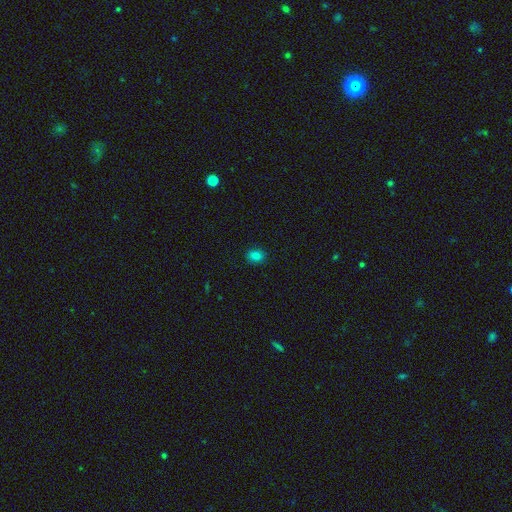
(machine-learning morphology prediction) Overall: smooth (82%). How rounded: in between (57%; round 41%). Merging: none (89%).